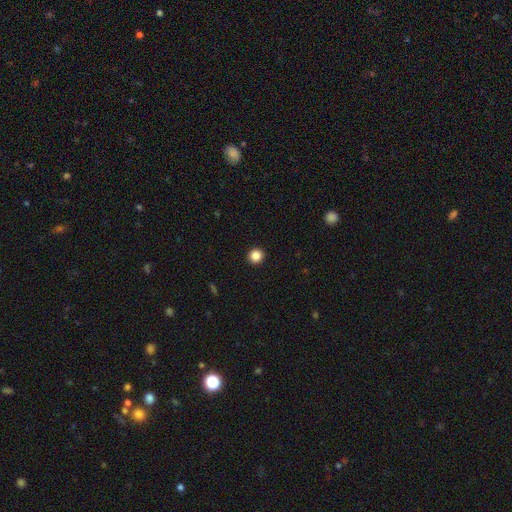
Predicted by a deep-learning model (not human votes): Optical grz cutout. It shows a smooth galaxy with no disk features (87%) that is round (93%). Merging: none (94%).